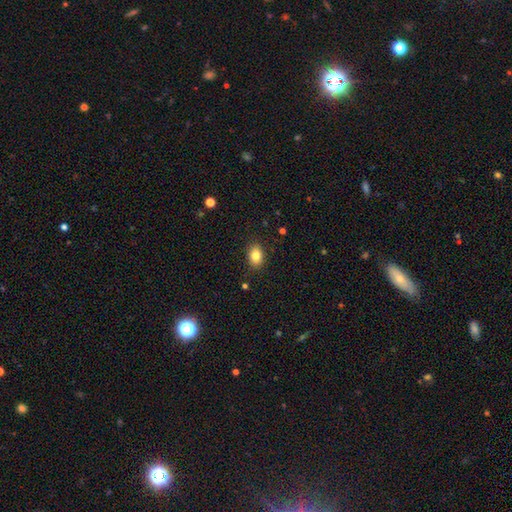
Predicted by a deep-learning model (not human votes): Q: Smooth or featured?
A: smooth (84%); runner-up: star or artifact (9%)
Q: How rounded?
A: in between (75%); runner-up: round (24%)
Q: Merging?
A: none (87%); runner-up: minor disturbance (9%)